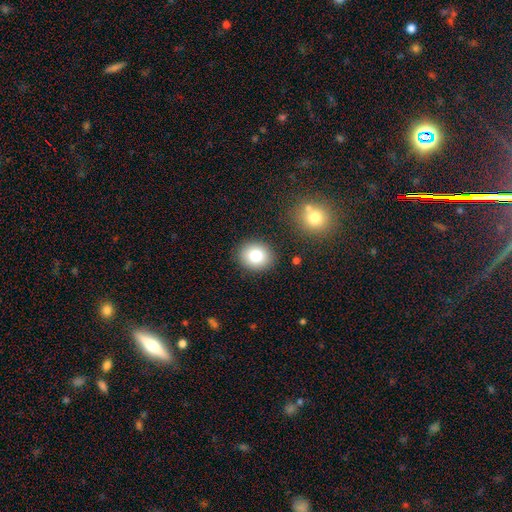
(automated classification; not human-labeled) Q: Smooth or featured?
A: smooth (79%); runner-up: star or artifact (11%)
Q: How rounded?
A: round (71%); runner-up: in between (29%)
Q: Merging?
A: none (88%); runner-up: minor disturbance (7%)